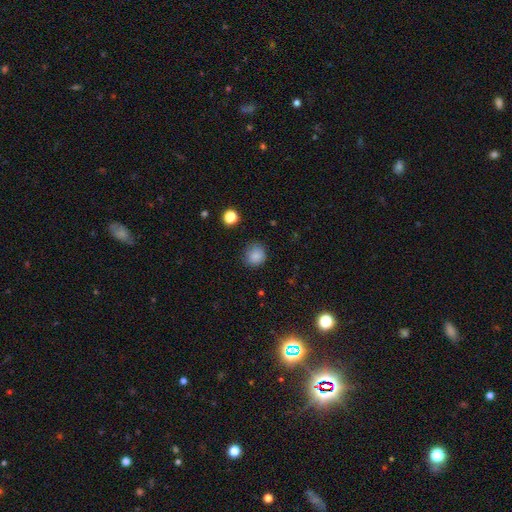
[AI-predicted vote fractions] Q: Smooth or featured?
A: smooth (84%); runner-up: star or artifact (11%)
Q: How rounded?
A: round (88%); runner-up: in between (11%)
Q: Merging?
A: none (81%); runner-up: minor disturbance (15%)